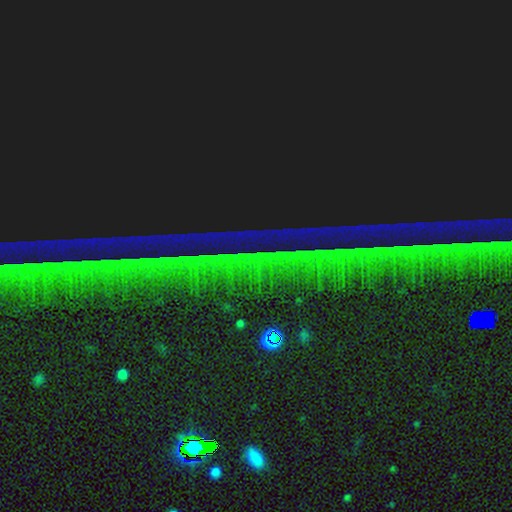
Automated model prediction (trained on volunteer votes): A star or artifact, not a galaxy (89%).

Vote fractions:
- Smooth or featured? star or artifact: 89% / featured or disk: 6% / smooth: 5%